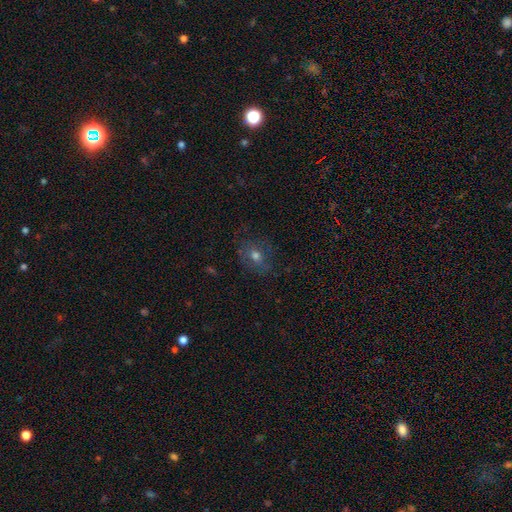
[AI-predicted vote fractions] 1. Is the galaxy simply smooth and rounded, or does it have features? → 54% smooth, 27% featured or disk, 19% star or artifact.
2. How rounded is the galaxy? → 58% round, 41% in between, 1% cigar-shaped.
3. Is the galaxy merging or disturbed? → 74% none, 17% minor disturbance, 7% major disturbance, 1% merger.